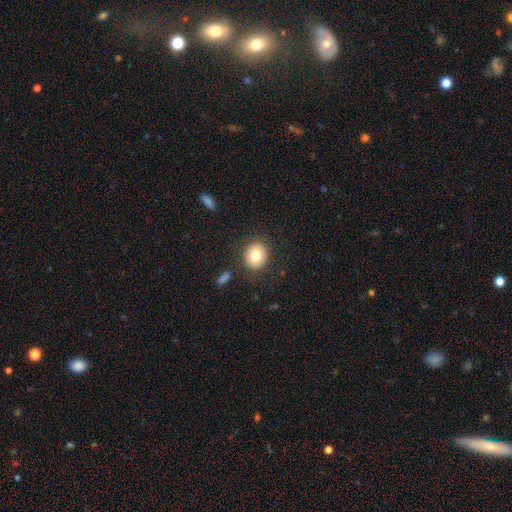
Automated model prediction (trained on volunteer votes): Smooth or featured? smooth (77%)
How rounded? round (79%)
Merging? none (86%)